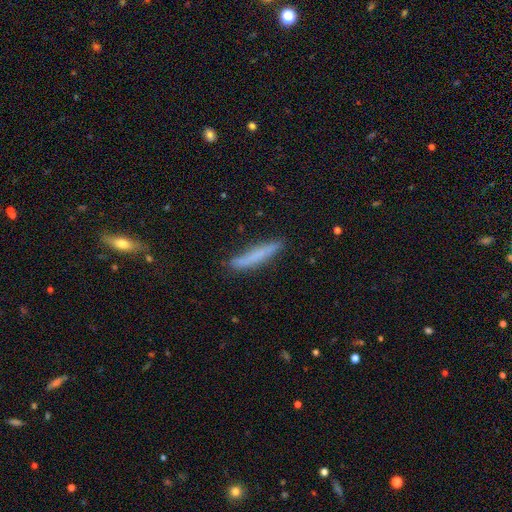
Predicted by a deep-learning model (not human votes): smooth-or-featured: smooth: 69% | featured or disk: 24% | star or artifact: 7%
  how-rounded: cigar-shaped: 93% | in between: 6% | round: 1%
  merging: none: 80% | minor disturbance: 15% | major disturbance: 3% | merger: 2%